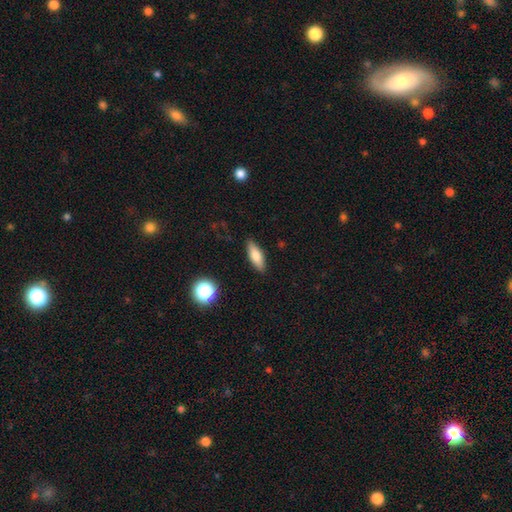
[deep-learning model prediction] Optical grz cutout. It shows a smooth galaxy with no disk features (72%) that is in between round and cigar-shaped (58%). Merging: none (87%).